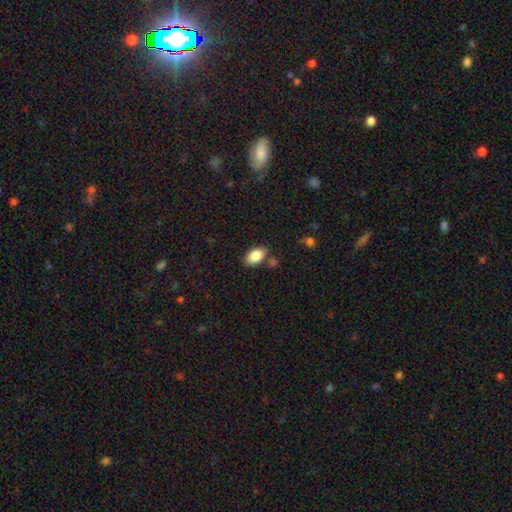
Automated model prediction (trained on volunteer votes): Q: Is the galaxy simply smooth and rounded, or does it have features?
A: smooth — 85%.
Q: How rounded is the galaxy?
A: in between — 91%.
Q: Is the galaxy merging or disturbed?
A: none — 78%.